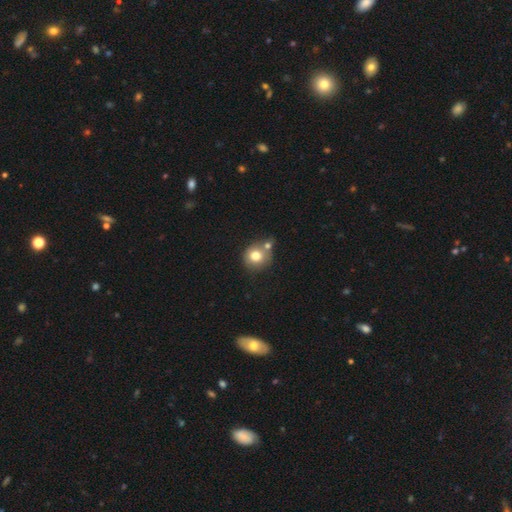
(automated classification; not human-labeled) Overall: smooth (76%). How rounded: round (85%). Merging: none (50%; merger 34%).